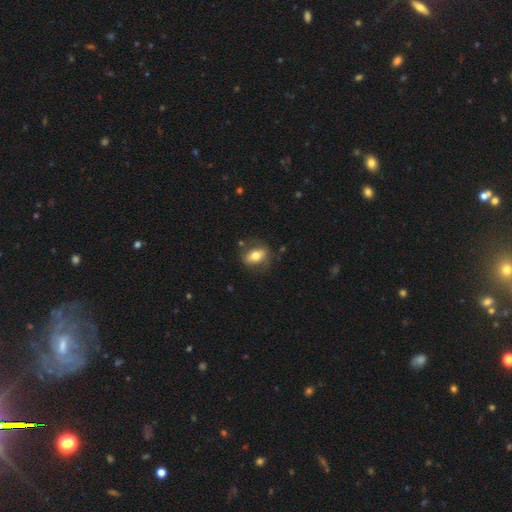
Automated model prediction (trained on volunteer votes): Smooth or featured? Predicted: smooth (p=0.62). How rounded? Predicted: in between (p=0.75). Merging? Predicted: none (p=0.76).